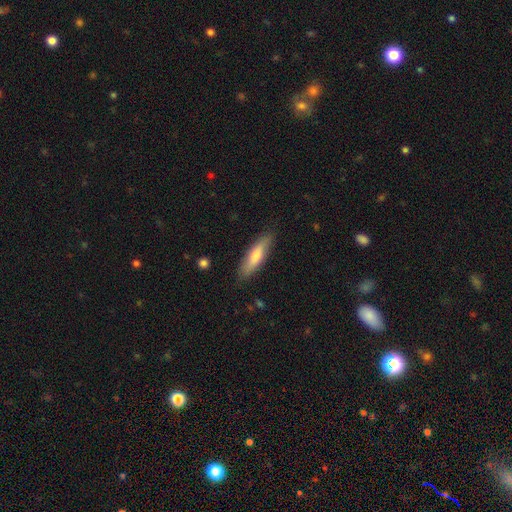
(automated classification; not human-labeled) Q: Smooth or featured?
A: smooth (71%); runner-up: featured or disk (24%)
Q: How rounded?
A: cigar-shaped (67%); runner-up: in between (32%)
Q: Merging?
A: none (86%); runner-up: minor disturbance (11%)